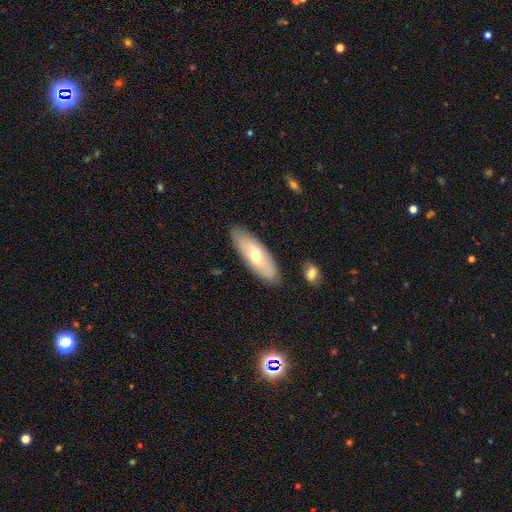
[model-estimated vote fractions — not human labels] This is possibly a smooth galaxy (50%). Merging: clearly none (86%).